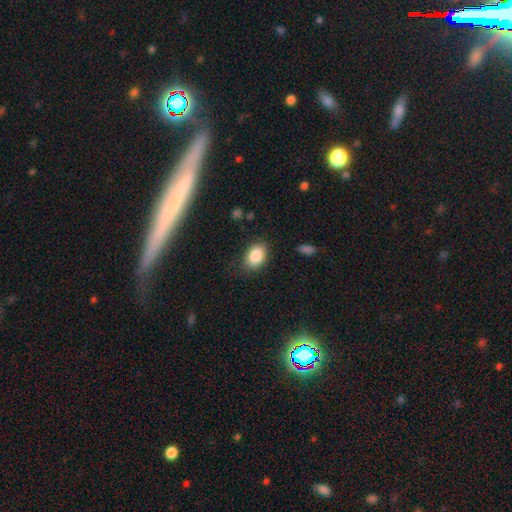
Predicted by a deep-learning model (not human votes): Smooth or featured? Predicted: smooth (p=0.86). How rounded? Predicted: in between (p=0.82). Merging? Predicted: none (p=0.78).